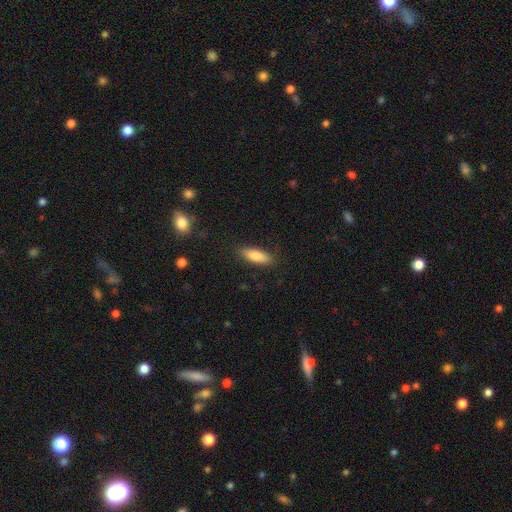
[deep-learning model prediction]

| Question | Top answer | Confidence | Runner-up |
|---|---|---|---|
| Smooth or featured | smooth | 84% | featured or disk (9%) |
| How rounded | in between | 59% | cigar-shaped (39%) |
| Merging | none | 85% | minor disturbance (11%) |